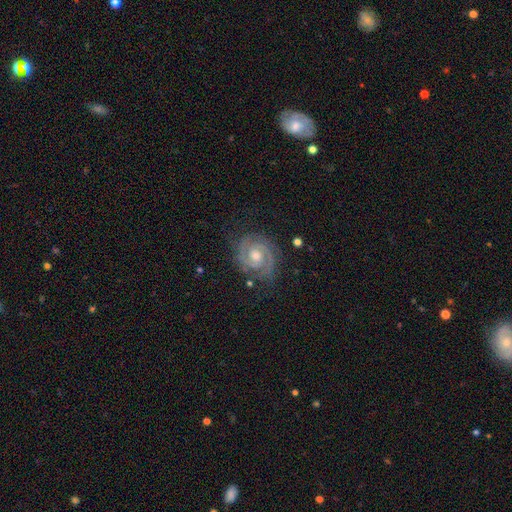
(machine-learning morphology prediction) Smooth or featured? Predicted: featured or disk (p=0.87). Edge-on disk? Predicted: no (p=0.97). Bar? Predicted: no (p=0.59). Spiral arms? Predicted: yes (p=0.98). Spiral winding? Predicted: tight (p=0.66). Spiral arm count? Predicted: 2 (p=0.83). Bulge size? Predicted: moderate (p=0.71). Merging? Predicted: none (p=0.78).